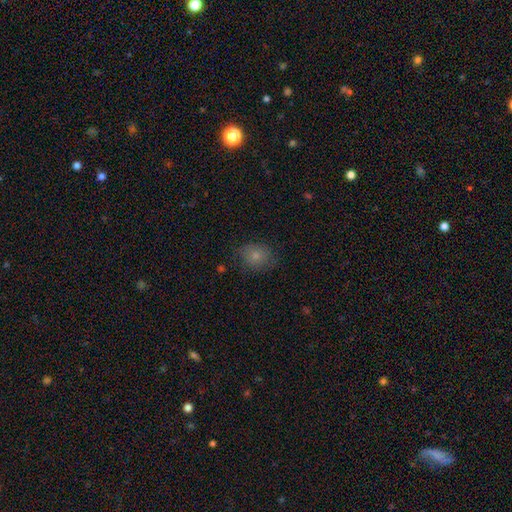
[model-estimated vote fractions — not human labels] Overall: smooth (75%). How rounded: round (63%; in between 36%). Merging: none (73%).